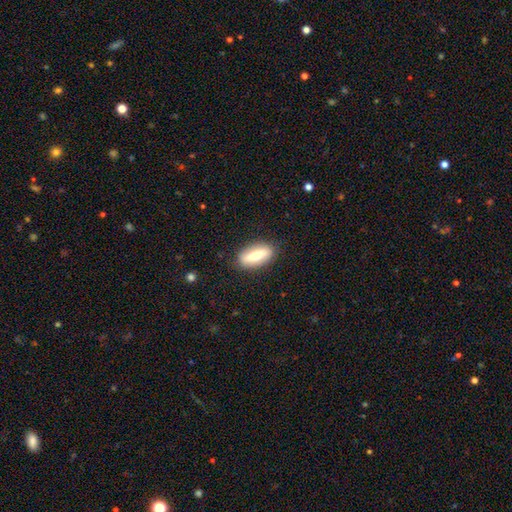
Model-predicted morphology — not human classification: This appears to be a smooth galaxy with no disk features (59%) that is in between round and cigar-shaped (67%). Merging: none (86%).